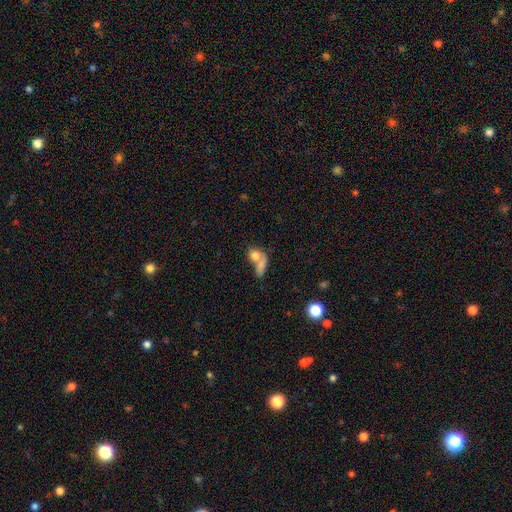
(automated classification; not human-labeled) Smooth or featured? smooth (75%)
How rounded? in between (50%)
Merging? merger (57%)